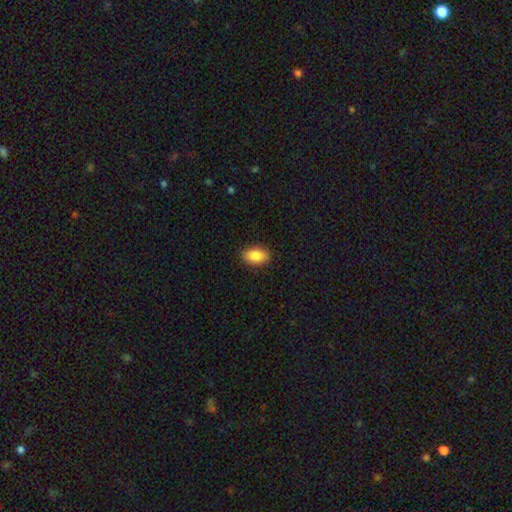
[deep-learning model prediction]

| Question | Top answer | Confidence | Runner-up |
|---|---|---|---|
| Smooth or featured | smooth | 87% | star or artifact (7%) |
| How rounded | in between | 90% | round (8%) |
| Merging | none | 89% | minor disturbance (9%) |